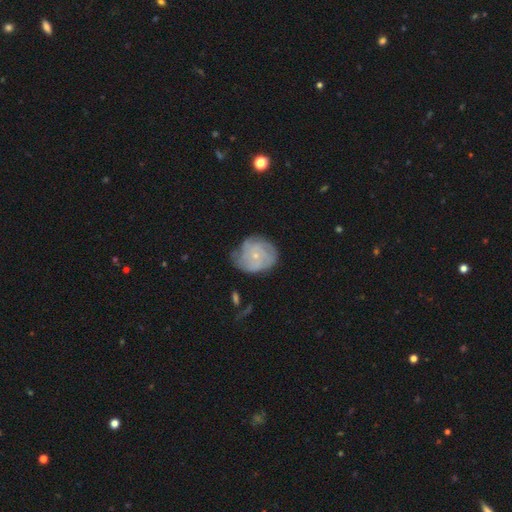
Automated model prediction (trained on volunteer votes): smooth-or-featured: featured or disk: 72% | smooth: 21% | star or artifact: 7%
  disk-edge-on: no: 98% | yes: 2%
    bar: no: 81% | weak: 17% | strong: 3%
    has-spiral-arms: yes: 89% | no: 11%
      spiral-winding: tight: 64% | medium: 27% | loose: 8%
      spiral-arm-count: can't tell: 37% | 4: 21% | 3: 19% | 2: 11% | more than 4: 7% | 1: 6%
    bulge-size: small: 79% | moderate: 17% | none: 2% | large: 1% | dominant: 1%
  merging: none: 63% | minor disturbance: 26% | major disturbance: 10% | merger: 2%